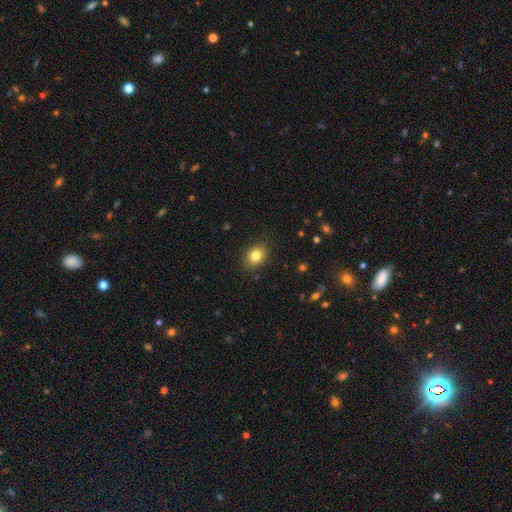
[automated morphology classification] This appears to be a smooth galaxy with no disk features (82%) that is in between round and cigar-shaped (61%). Merging: none (88%).